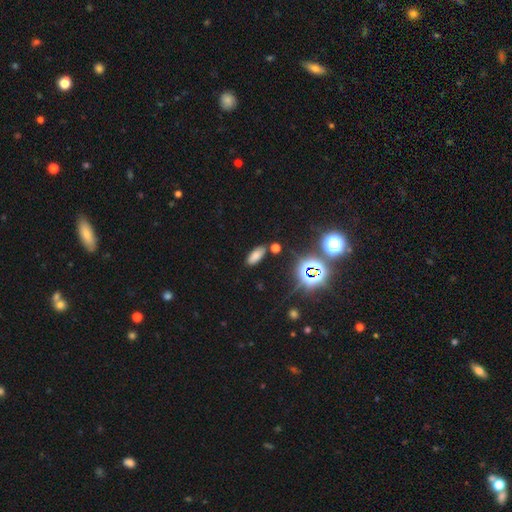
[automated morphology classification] smooth_or_featured: smooth (p=0.68) [alt: star or artifact p=0.25]
how_rounded: in between (p=0.84) [alt: cigar-shaped p=0.12]
merging: none (p=0.83) [alt: minor disturbance p=0.11]